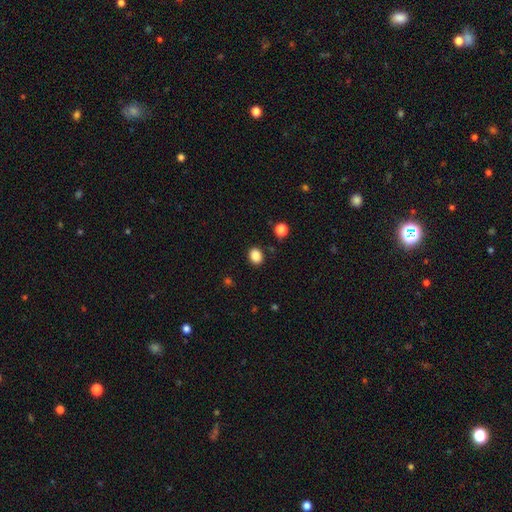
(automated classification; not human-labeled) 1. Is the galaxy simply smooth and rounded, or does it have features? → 87% smooth, 10% star or artifact, 3% featured or disk.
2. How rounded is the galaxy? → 51% in between, 48% round, 1% cigar-shaped.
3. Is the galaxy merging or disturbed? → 87% none, 8% minor disturbance, 2% major disturbance, 2% merger.